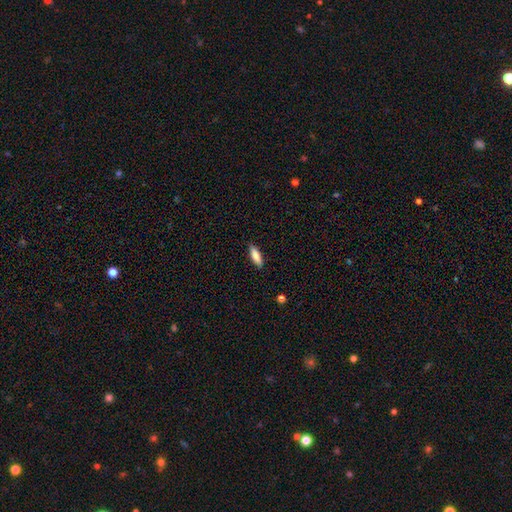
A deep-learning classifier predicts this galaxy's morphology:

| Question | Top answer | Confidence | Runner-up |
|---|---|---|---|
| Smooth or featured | smooth | 84% | featured or disk (10%) |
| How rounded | in between | 52% | cigar-shaped (46%) |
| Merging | none | 87% | minor disturbance (10%) |